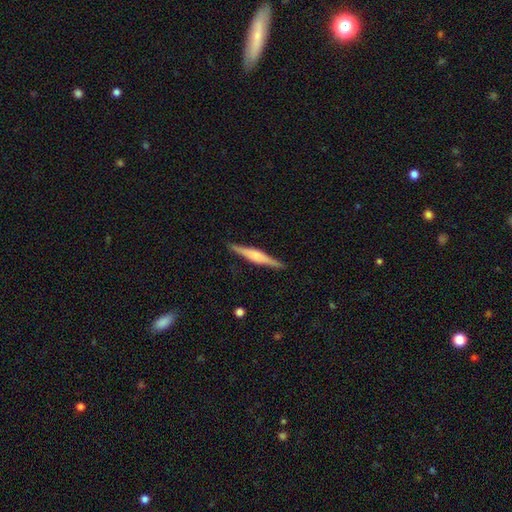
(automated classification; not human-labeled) Morphology: type=featured or disk (68%); edge-on=yes (98%); edge-on bulge=rounded (61%); merging=none (90%).